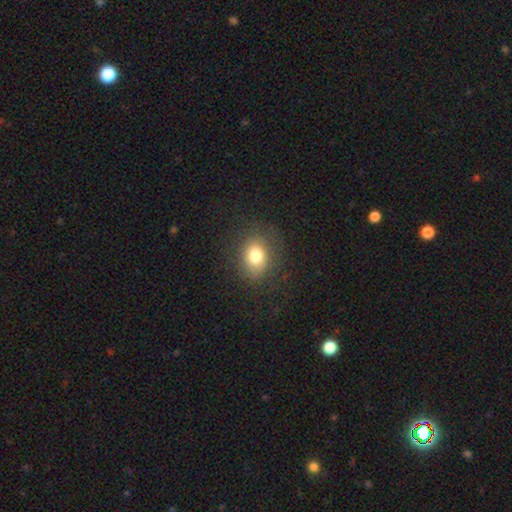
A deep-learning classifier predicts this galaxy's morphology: Smooth or featured? Predicted: smooth (p=0.77). How rounded? Predicted: in between (p=0.51). Merging? Predicted: none (p=0.81).